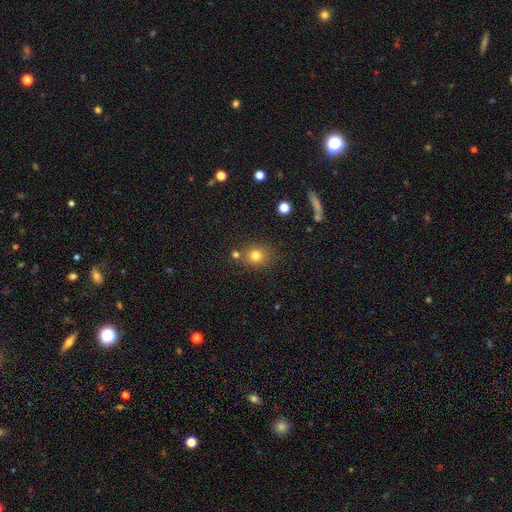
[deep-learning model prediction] Q: Smooth or featured?
A: smooth (79%); runner-up: star or artifact (13%)
Q: How rounded?
A: round (79%); runner-up: in between (20%)
Q: Merging?
A: none (75%); runner-up: minor disturbance (11%)